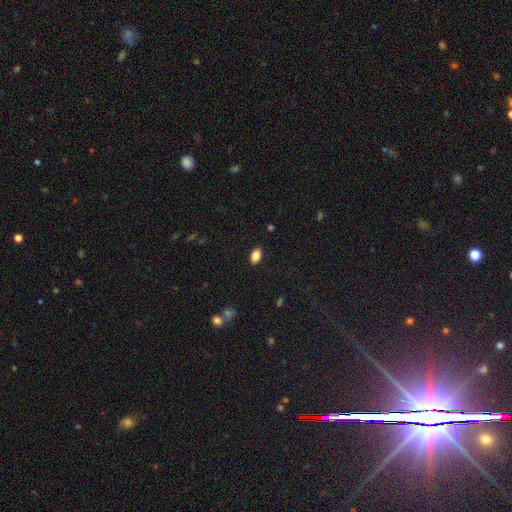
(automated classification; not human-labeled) Smooth or featured? Predicted: smooth (p=0.84). How rounded? Predicted: in between (p=0.89). Merging? Predicted: none (p=0.89).